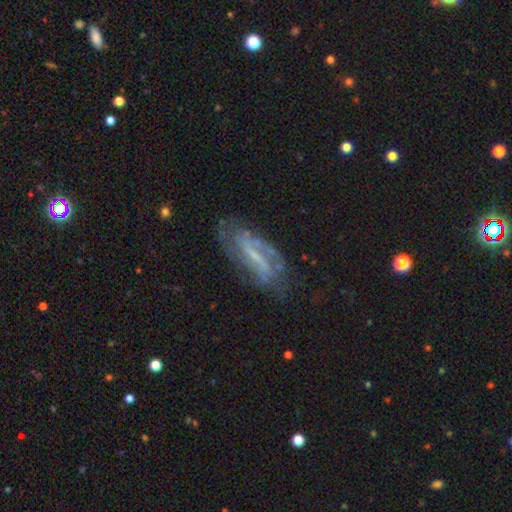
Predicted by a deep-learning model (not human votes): Q: Smooth or featured?
A: featured or disk (79%); runner-up: smooth (12%)
Q: Edge-on disk?
A: no (89%); runner-up: yes (11%)
Q: Bar?
A: strong (48%); runner-up: weak (37%)
Q: Spiral arms?
A: yes (88%); runner-up: no (12%)
Q: Spiral winding?
A: medium (43%); runner-up: tight (30%)
Q: Spiral arm count?
A: 2 (66%); runner-up: can't tell (18%)
Q: Bulge size?
A: small (49%); runner-up: none (32%)
Q: Merging?
A: none (67%); runner-up: minor disturbance (20%)